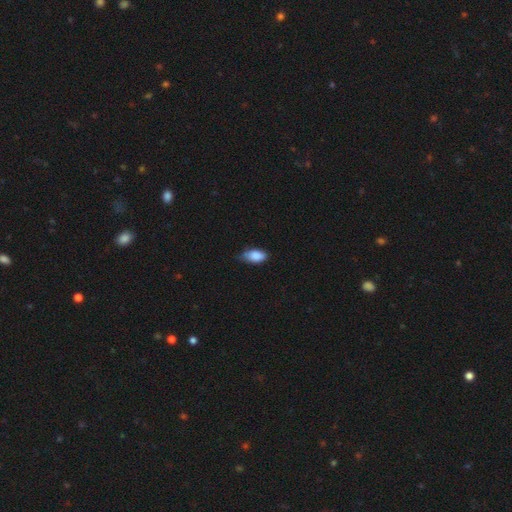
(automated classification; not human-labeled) smooth 86%, star or artifact 7%, featured or disk 7%. Down the decision tree: how rounded — in between (91%); merging — none (49%).